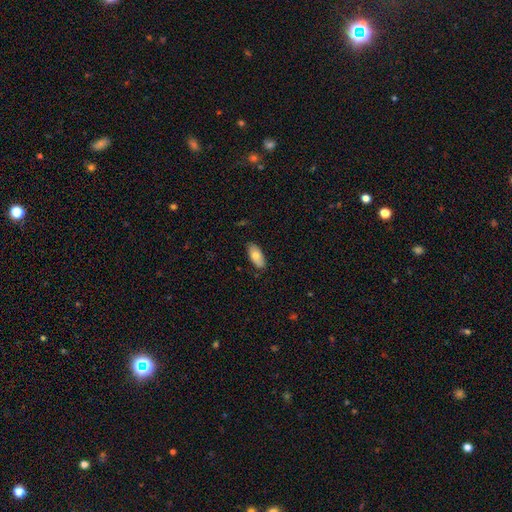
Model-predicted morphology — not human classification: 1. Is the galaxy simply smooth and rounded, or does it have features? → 75% smooth, 19% featured or disk, 6% star or artifact.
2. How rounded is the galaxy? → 90% in between, 8% cigar-shaped, 2% round.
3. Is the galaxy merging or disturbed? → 86% none, 11% minor disturbance, 2% major disturbance, 1% merger.